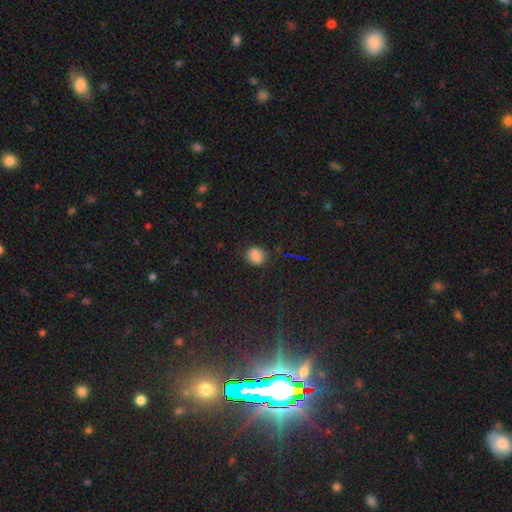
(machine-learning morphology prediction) This is clearly a smooth galaxy (80%). How rounded: possibly round (53%). Merging: likely none (76%).